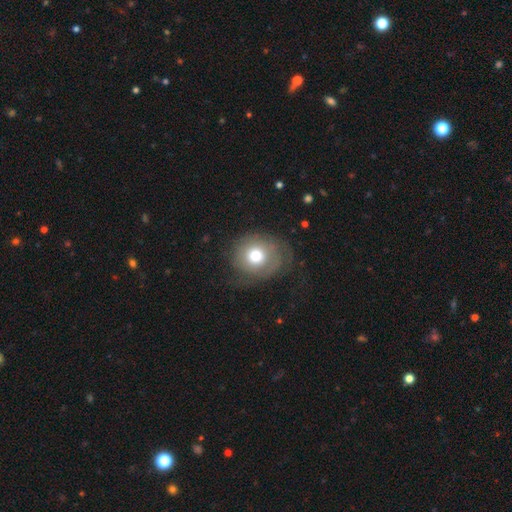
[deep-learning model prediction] Q: Smooth or featured?
A: smooth (59%); runner-up: featured or disk (32%)
Q: How rounded?
A: round (74%); runner-up: in between (25%)
Q: Merging?
A: none (61%); runner-up: minor disturbance (21%)